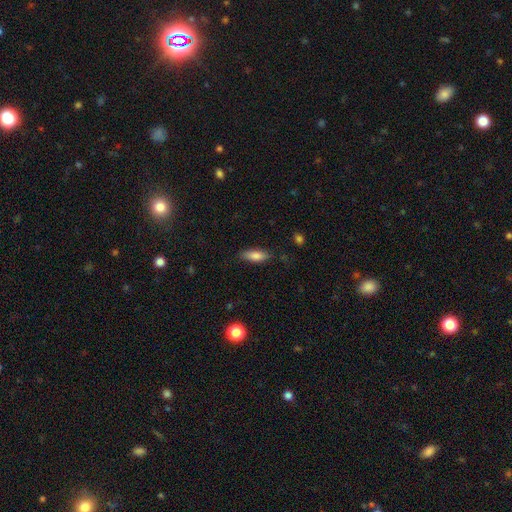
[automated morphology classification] Smooth or featured? smooth (82%)
How rounded? in between (65%)
Merging? none (82%)